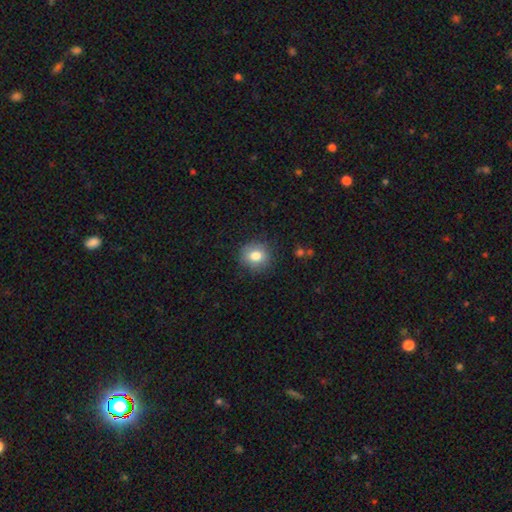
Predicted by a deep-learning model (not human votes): This is clearly a smooth galaxy (81%). How rounded: clearly round (83%). Merging: clearly none (84%).